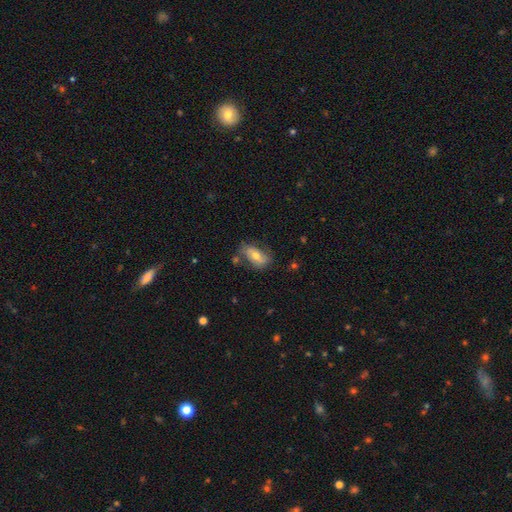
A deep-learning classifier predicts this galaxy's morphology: type=smooth (61%); roundness=in between (86%); merging=none (63%).